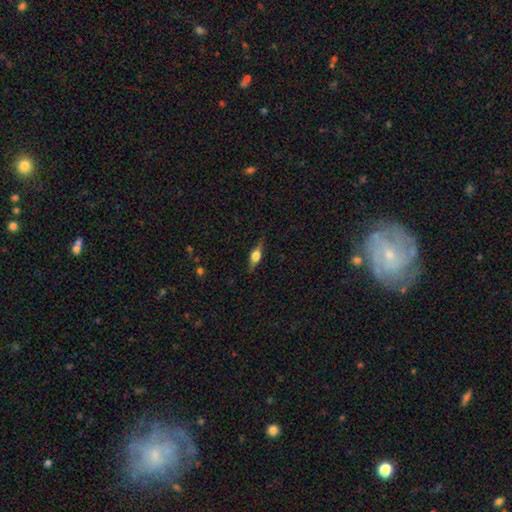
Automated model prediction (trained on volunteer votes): Smooth or featured: featured or disk — 49% (smooth — 43%)
Merging: none — 84% (minor disturbance — 12%)